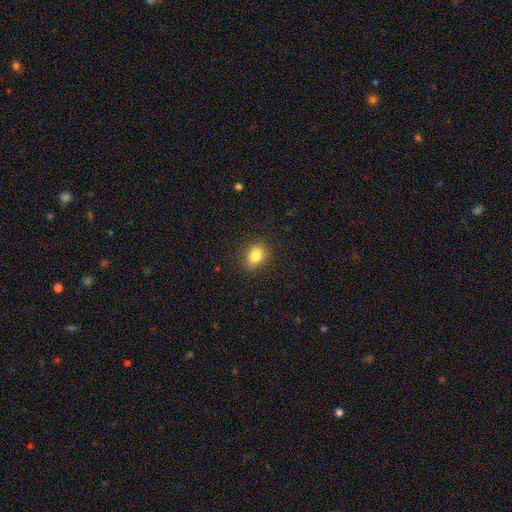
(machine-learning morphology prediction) A smooth galaxy with no disk features (84%) that is in between round and cigar-shaped (52%).

Vote fractions:
- Smooth or featured? smooth: 84% / star or artifact: 10% / featured or disk: 6%
- How rounded? in between: 52% / round: 47% / cigar-shaped: 1%
- Merging? none: 86% / minor disturbance: 10% / major disturbance: 3% / merger: 1%